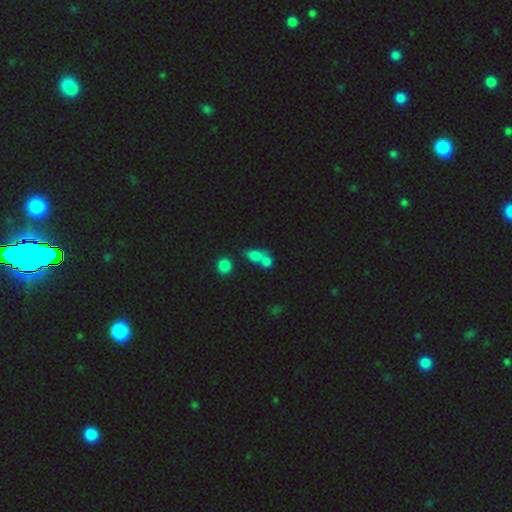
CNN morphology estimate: A smooth galaxy with no disk features (72%) that is in between round and cigar-shaped (54%). Merging: merger (59%).